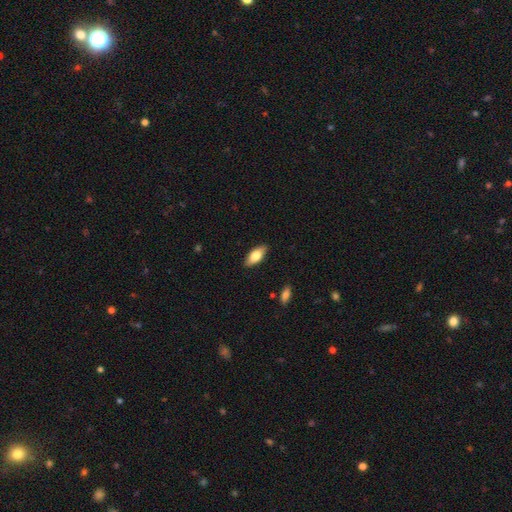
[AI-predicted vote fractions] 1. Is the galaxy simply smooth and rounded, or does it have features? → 72% smooth, 22% featured or disk, 6% star or artifact.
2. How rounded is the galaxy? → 82% in between, 15% cigar-shaped, 2% round.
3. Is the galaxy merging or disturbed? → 87% none, 10% minor disturbance, 2% major disturbance, 1% merger.